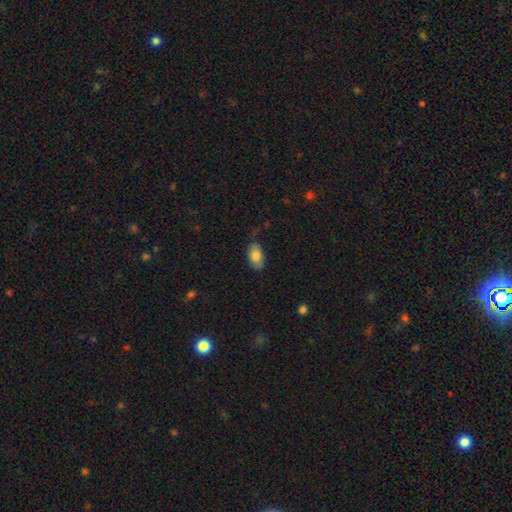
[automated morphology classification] This appears to be a smooth galaxy with no disk features (81%) that is in between round and cigar-shaped (93%). Merging: none (77%).